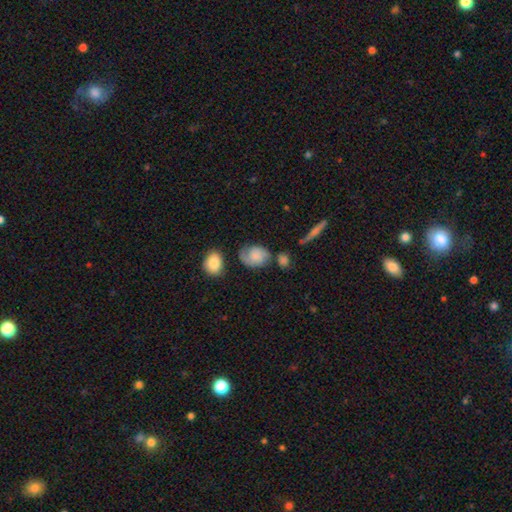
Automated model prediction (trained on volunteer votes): Q: Smooth or featured?
A: featured or disk (51%); runner-up: smooth (41%)
Q: Edge-on disk?
A: no (97%); runner-up: yes (3%)
Q: Merging?
A: none (53%); runner-up: minor disturbance (26%)